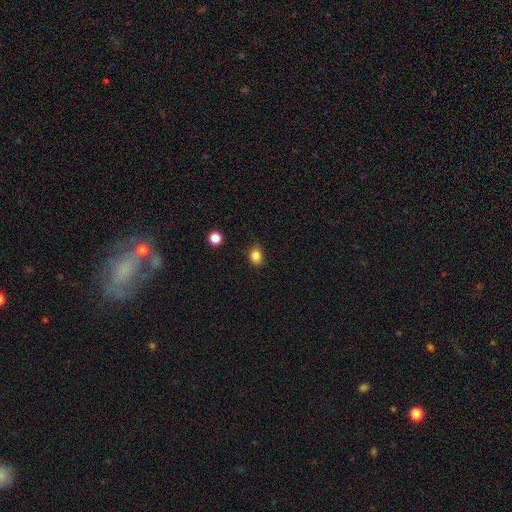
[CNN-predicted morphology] Smooth or featured: smooth — 85% (star or artifact — 11%)
How rounded: in between — 57% (round — 42%)
Merging: none — 80% (minor disturbance — 16%)